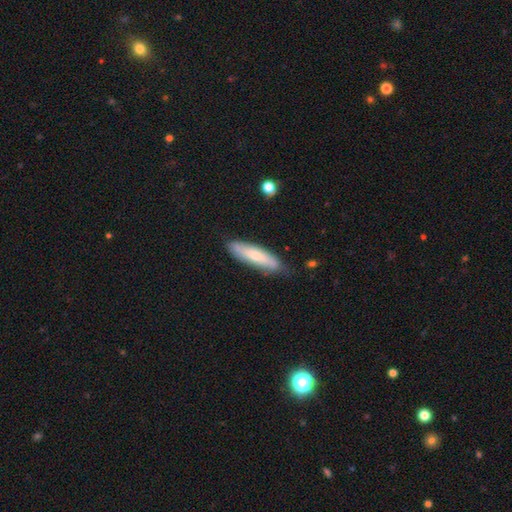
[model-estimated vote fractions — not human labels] A smooth galaxy with no disk features (66%) that is cigar-shaped (72%). Merging: none (76%).